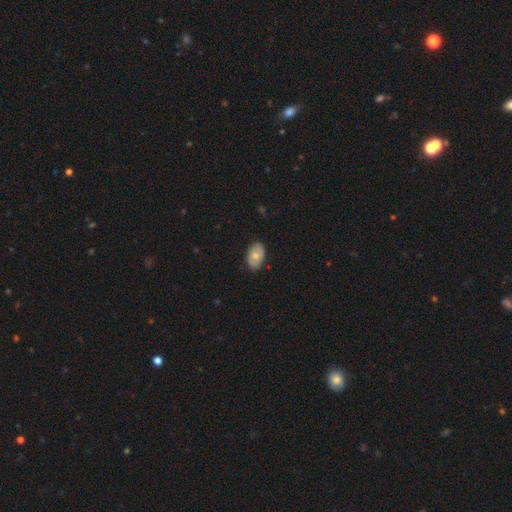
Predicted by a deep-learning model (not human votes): Morphology: type=smooth (67%); roundness=in between (89%); merging=none (85%).